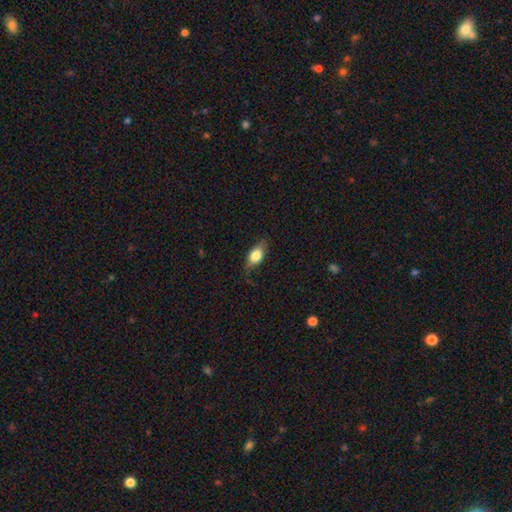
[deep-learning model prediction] smooth_or_featured: smooth (p=0.70) [alt: featured or disk p=0.23]
how_rounded: in between (p=0.81) [alt: cigar-shaped p=0.12]
merging: none (p=0.73) [alt: minor disturbance p=0.20]